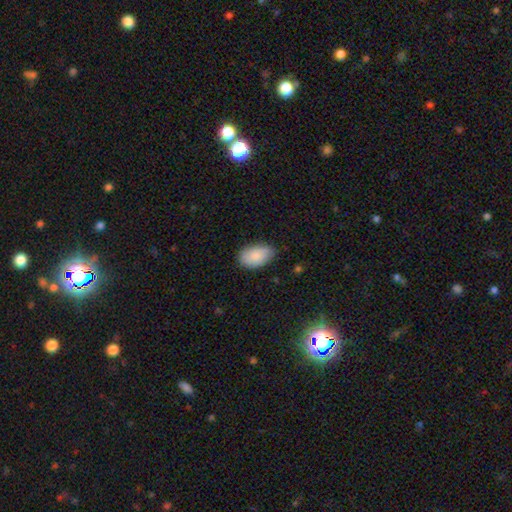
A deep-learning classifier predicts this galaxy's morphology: smooth 87%, featured or disk 7%, star or artifact 6%. Down the decision tree: how rounded — in between (93%); merging — none (78%).